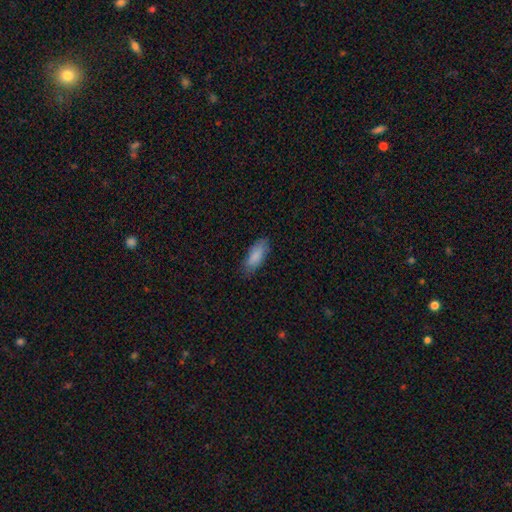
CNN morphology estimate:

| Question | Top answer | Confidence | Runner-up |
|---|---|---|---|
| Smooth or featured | smooth | 86% | featured or disk (8%) |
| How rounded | in between | 79% | cigar-shaped (19%) |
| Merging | none | 77% | minor disturbance (18%) |